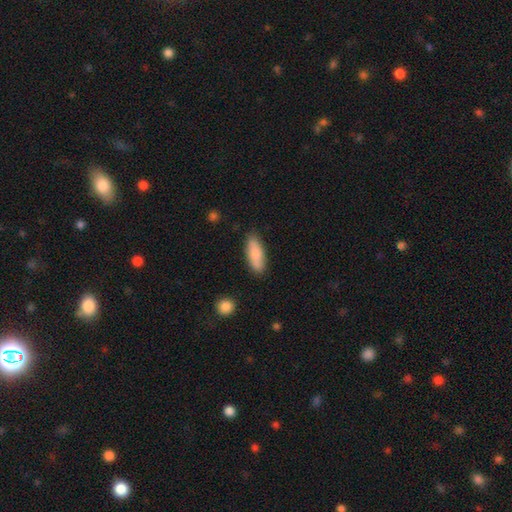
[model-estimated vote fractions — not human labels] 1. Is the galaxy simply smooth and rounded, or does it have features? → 85% smooth, 9% featured or disk, 6% star or artifact.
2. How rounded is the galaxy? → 64% in between, 34% cigar-shaped, 2% round.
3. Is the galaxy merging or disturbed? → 83% none, 13% minor disturbance, 3% major disturbance, 2% merger.